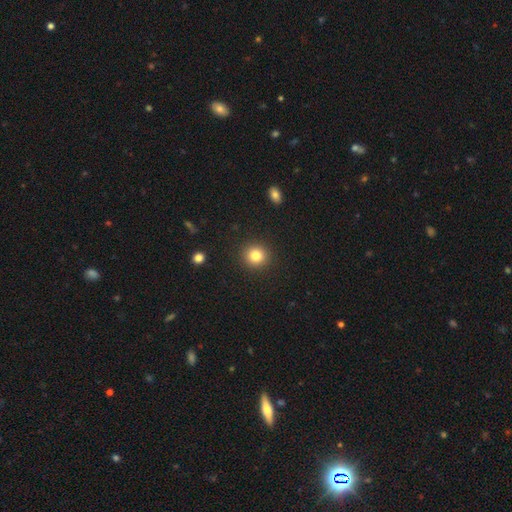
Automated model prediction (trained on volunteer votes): Smooth or featured? smooth (83%)
How rounded? round (92%)
Merging? none (91%)